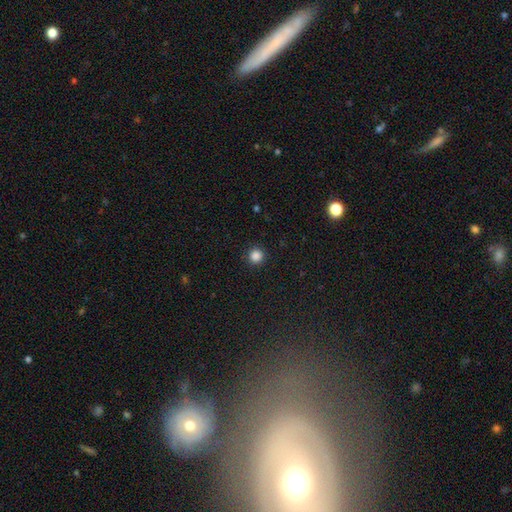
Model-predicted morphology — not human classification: Q: Smooth or featured?
A: smooth (86%); runner-up: star or artifact (12%)
Q: How rounded?
A: round (95%); runner-up: in between (4%)
Q: Merging?
A: none (92%); runner-up: minor disturbance (5%)